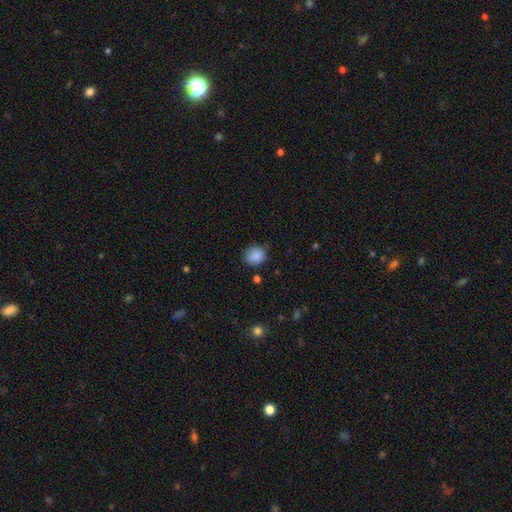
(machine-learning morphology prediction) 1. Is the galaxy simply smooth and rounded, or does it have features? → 87% smooth, 9% star or artifact, 5% featured or disk.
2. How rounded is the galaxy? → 81% round, 18% in between, 1% cigar-shaped.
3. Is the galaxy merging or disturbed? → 78% none, 16% minor disturbance, 3% major disturbance, 2% merger.